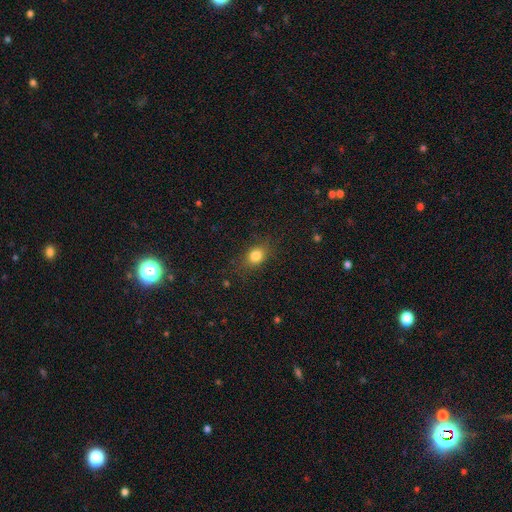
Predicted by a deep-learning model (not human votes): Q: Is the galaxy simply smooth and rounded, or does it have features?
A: smooth — 81%.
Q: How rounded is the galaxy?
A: in between — 54%.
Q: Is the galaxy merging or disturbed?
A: none — 80%.